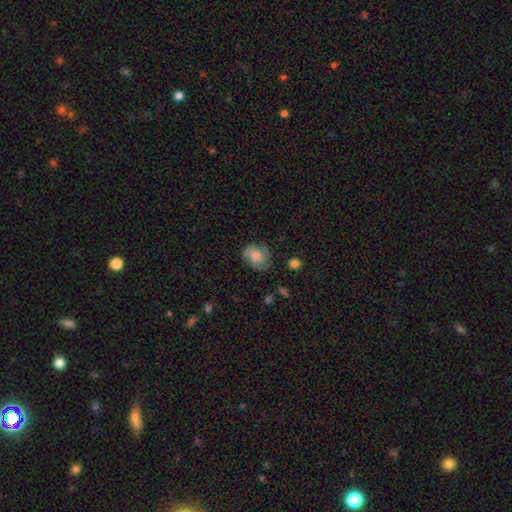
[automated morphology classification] The model was most divided on "smooth or featured": smooth: 46%, featured or disk: 45%, star or artifact: 9%. More confident: merging — none (67%).